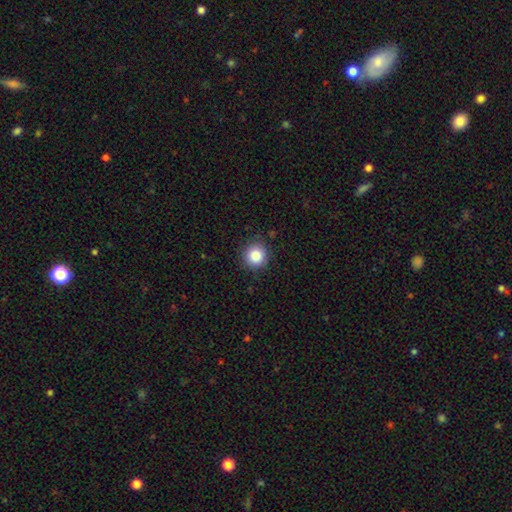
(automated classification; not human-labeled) Smooth or featured?
  - smooth: 86% *
  - star or artifact: 10%
  - featured or disk: 4%
How rounded?
  - round: 93% *
  - in between: 6%
  - cigar-shaped: 1%
Merging?
  - none: 88% *
  - minor disturbance: 9%
  - major disturbance: 2%
  - merger: 1%